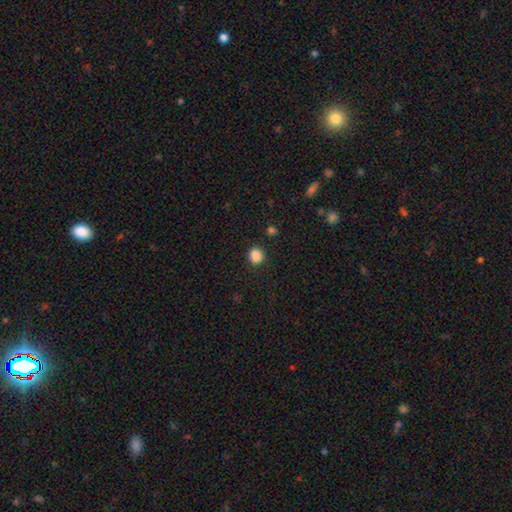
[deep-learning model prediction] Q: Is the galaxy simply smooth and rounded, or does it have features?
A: smooth — 85%.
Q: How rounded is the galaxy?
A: round — 65%.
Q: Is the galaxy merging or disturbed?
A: none — 79%.